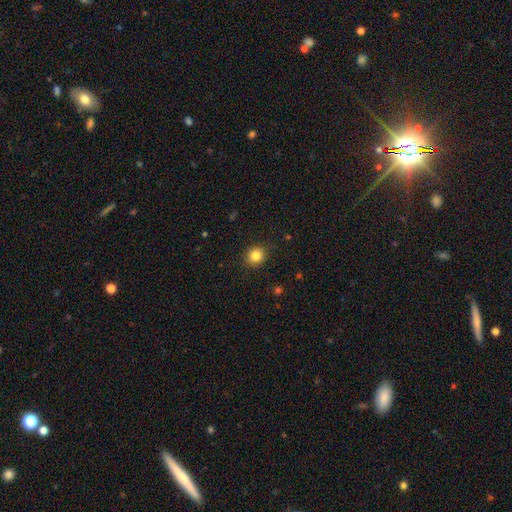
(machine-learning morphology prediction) This is clearly a smooth galaxy (84%). How rounded: clearly round (82%). Merging: clearly none (89%).